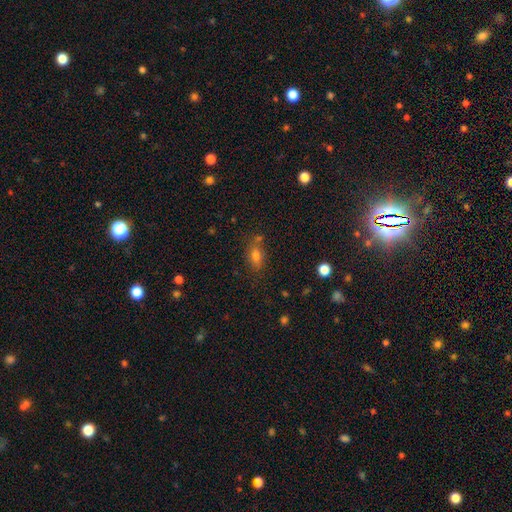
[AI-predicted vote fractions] The model was most divided on "smooth or featured": smooth: 70%, star or artifact: 17%, featured or disk: 13%. More confident: how rounded — in between (73%); merging — none (68%).